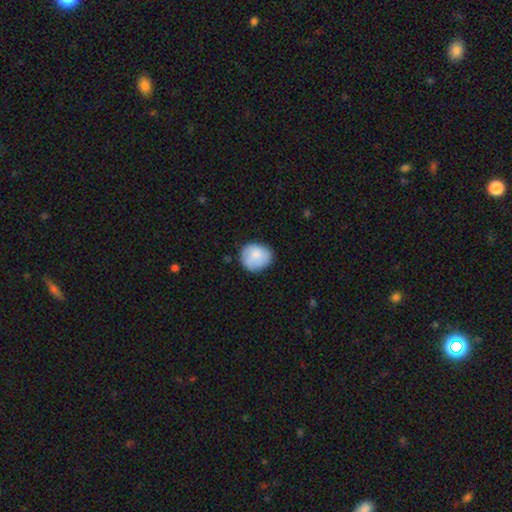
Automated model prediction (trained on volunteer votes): Smooth or featured? Predicted: smooth (p=0.76). How rounded? Predicted: round (p=0.76). Merging? Predicted: none (p=0.74).